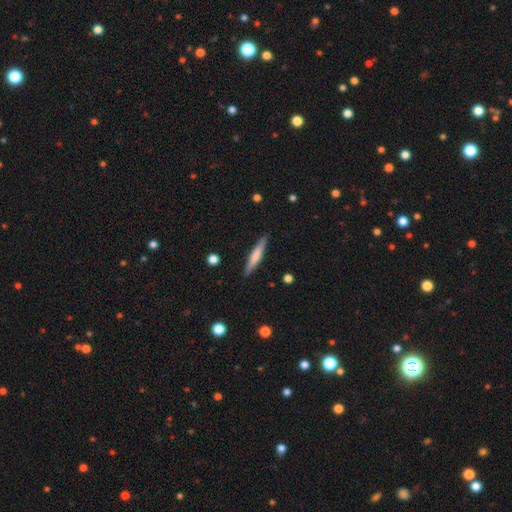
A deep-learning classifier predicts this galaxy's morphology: A smooth galaxy with no disk features (61%) that is cigar-shaped (92%).

Vote fractions:
- Smooth or featured? smooth: 61% / featured or disk: 33% / star or artifact: 5%
- How rounded? cigar-shaped: 92% / in between: 7% / round: 1%
- Merging? none: 89% / minor disturbance: 8% / major disturbance: 2% / merger: 1%